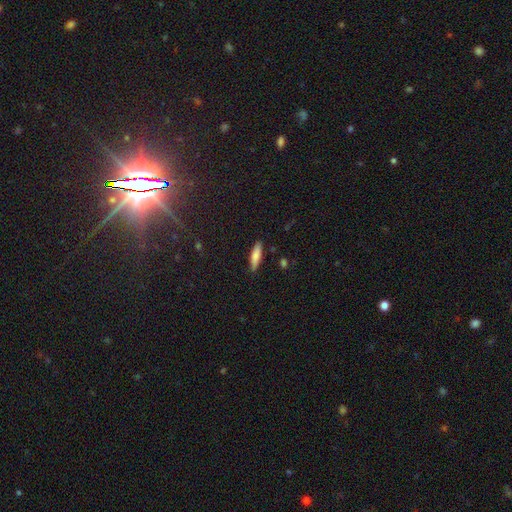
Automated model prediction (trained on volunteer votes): smooth-or-featured: smooth: 77% | featured or disk: 16% | star or artifact: 7%
  how-rounded: cigar-shaped: 67% | in between: 32% | round: 2%
  merging: none: 87% | minor disturbance: 10% | major disturbance: 2% | merger: 2%